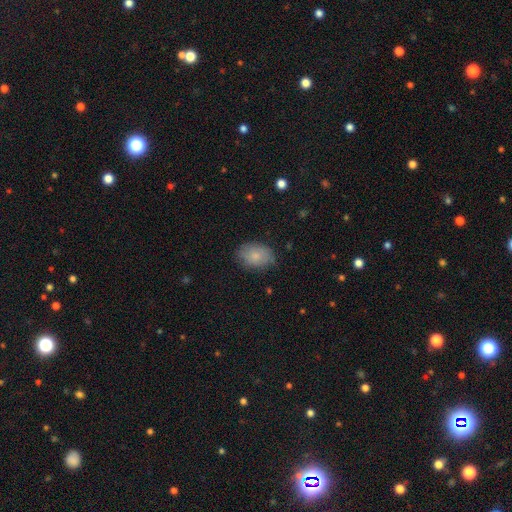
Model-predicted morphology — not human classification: Smooth or featured?
  - smooth: 81% *
  - featured or disk: 12%
  - star or artifact: 7%
How rounded?
  - in between: 82% *
  - round: 17%
  - cigar-shaped: 1%
Merging?
  - none: 78% *
  - minor disturbance: 17%
  - major disturbance: 4%
  - merger: 1%